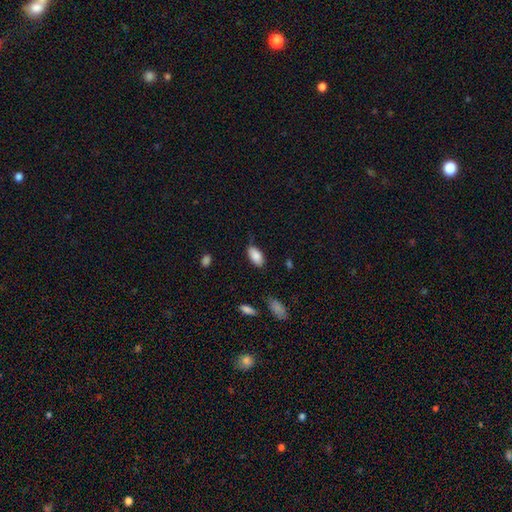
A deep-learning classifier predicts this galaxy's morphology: This is clearly a smooth galaxy (87%). How rounded: clearly in between (93%). Merging: likely none (74%).